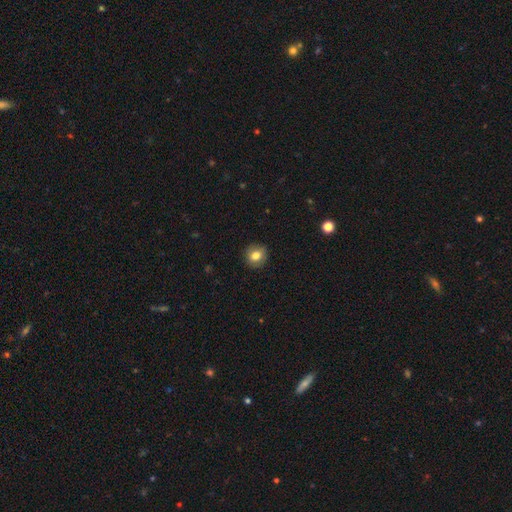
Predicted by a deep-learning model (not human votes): Morphology: type=smooth (79%); roundness=round (78%); merging=none (88%).